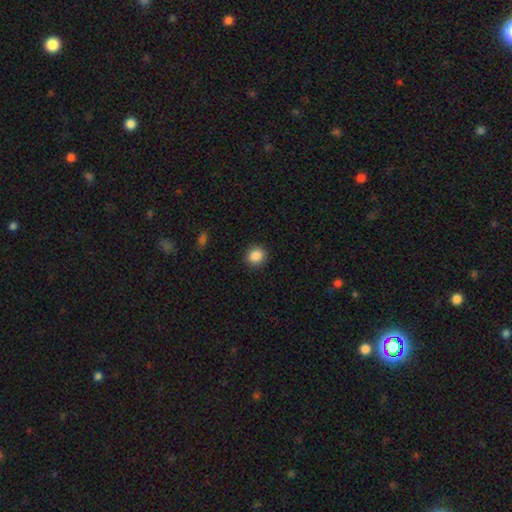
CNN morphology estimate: smooth 87%, star or artifact 9%, featured or disk 4%. Down the decision tree: how rounded — round (83%); merging — none (90%).